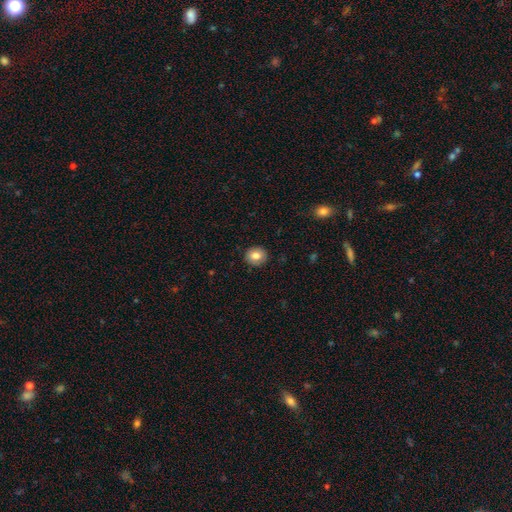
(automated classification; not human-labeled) Smooth or featured?
  - smooth: 82% *
  - featured or disk: 9%
  - star or artifact: 8%
How rounded?
  - round: 71% *
  - in between: 28%
  - cigar-shaped: 1%
Merging?
  - none: 89% *
  - minor disturbance: 8%
  - major disturbance: 2%
  - merger: 1%